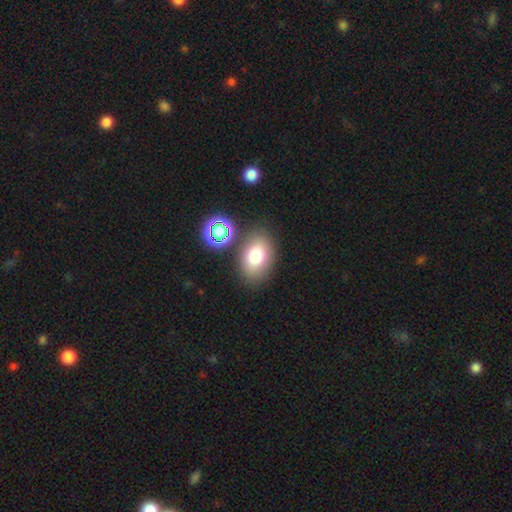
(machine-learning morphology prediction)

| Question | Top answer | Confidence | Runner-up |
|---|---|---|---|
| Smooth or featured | smooth | 77% | star or artifact (12%) |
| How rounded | in between | 82% | round (17%) |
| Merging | none | 80% | minor disturbance (10%) |